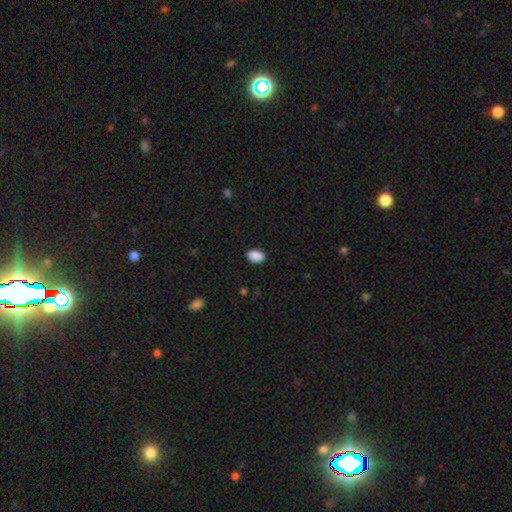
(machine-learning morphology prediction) Smooth or featured?
  - smooth: 90% *
  - star or artifact: 7%
  - featured or disk: 2%
How rounded?
  - in between: 90% *
  - round: 9%
  - cigar-shaped: 1%
Merging?
  - none: 89% *
  - minor disturbance: 8%
  - major disturbance: 2%
  - merger: 1%